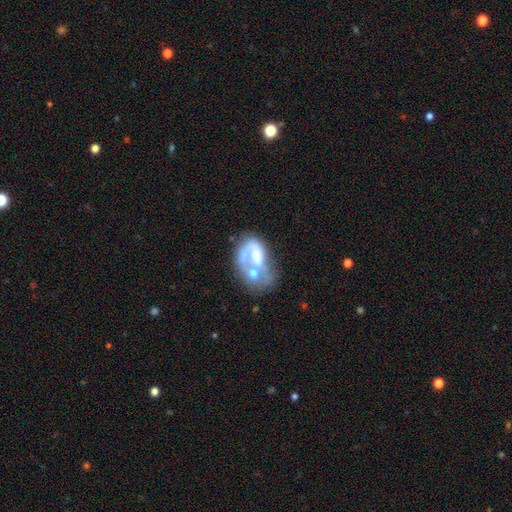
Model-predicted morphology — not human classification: Smooth or featured: featured or disk — 64% (smooth — 29%)
Edge-on disk: no — 97% (yes — 3%)
Bar: no — 63% (weak — 29%)
Spiral arms: yes — 54% (no — 46%)
Bulge size: moderate — 54% (small — 16%)
Merging: merger — 39% (major disturbance — 24%)